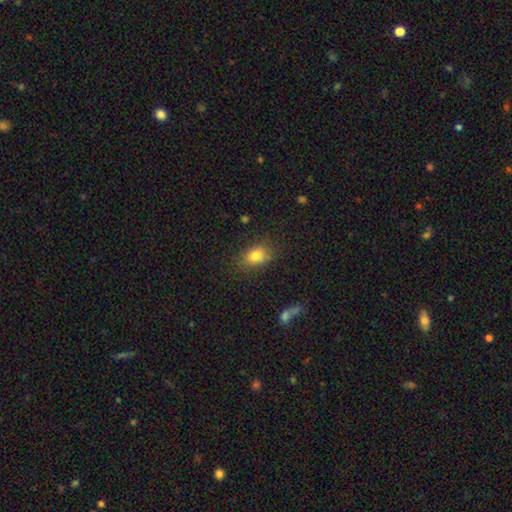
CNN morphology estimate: Smooth or featured? Predicted: smooth (p=0.80). How rounded? Predicted: in between (p=0.72). Merging? Predicted: none (p=0.74).